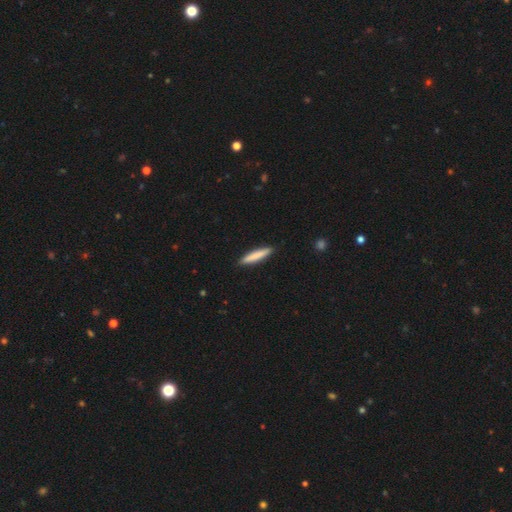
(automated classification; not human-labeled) smooth 80%, featured or disk 15%, star or artifact 5%. Down the decision tree: how rounded — cigar-shaped (91%); merging — none (91%).